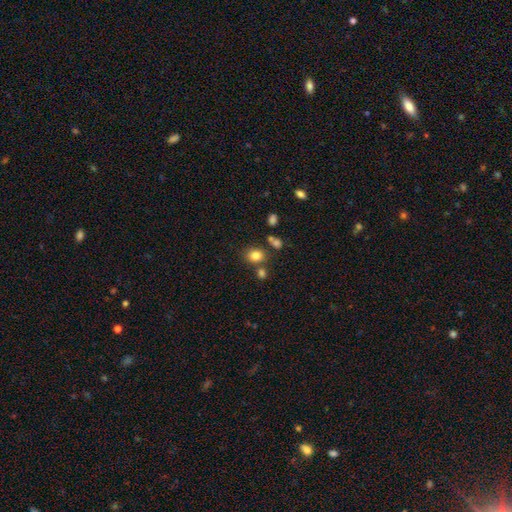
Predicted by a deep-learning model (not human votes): A smooth galaxy with no disk features (82%) that is round (56%). Merging: none (71%).